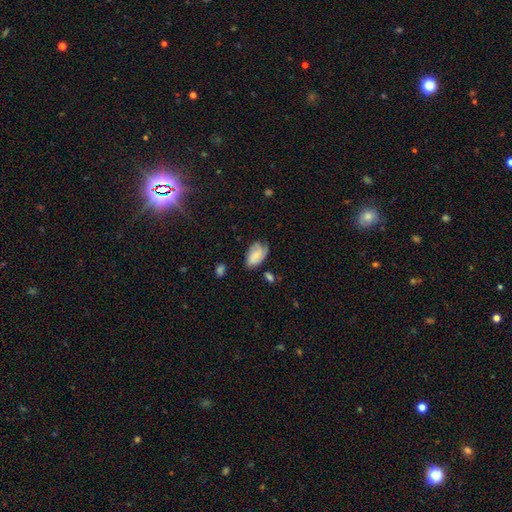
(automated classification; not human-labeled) A smooth galaxy with no disk features (50%) that is in between round and cigar-shaped (89%). Merging: none (58%).